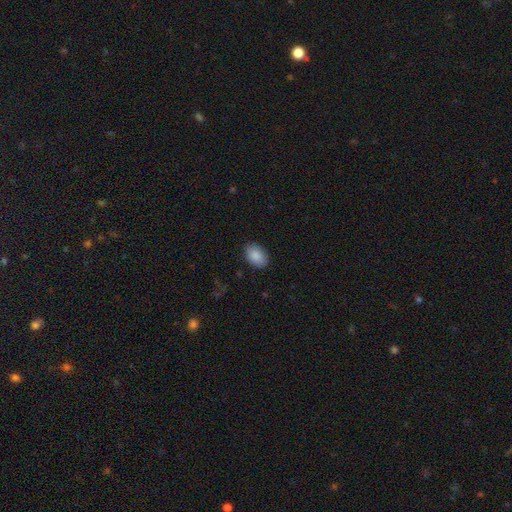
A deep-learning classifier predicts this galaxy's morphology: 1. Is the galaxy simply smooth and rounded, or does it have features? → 89% smooth, 7% star or artifact, 4% featured or disk.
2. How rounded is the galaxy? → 89% in between, 10% round, 1% cigar-shaped.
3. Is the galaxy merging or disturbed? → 88% none, 9% minor disturbance, 2% major disturbance, 1% merger.